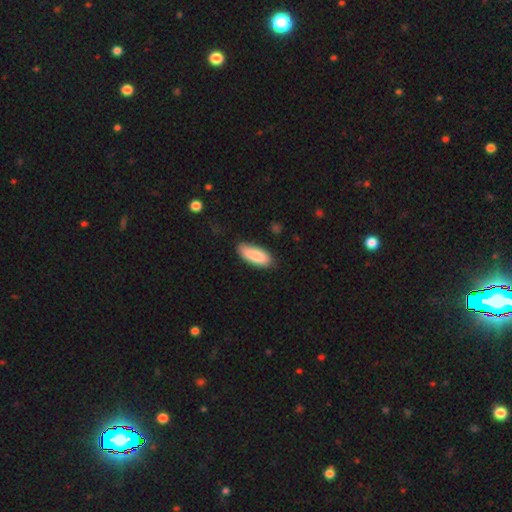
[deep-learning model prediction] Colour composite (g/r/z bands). It shows a smooth galaxy with no disk features (87%) that is in between round and cigar-shaped (77%). Merging: none (77%).